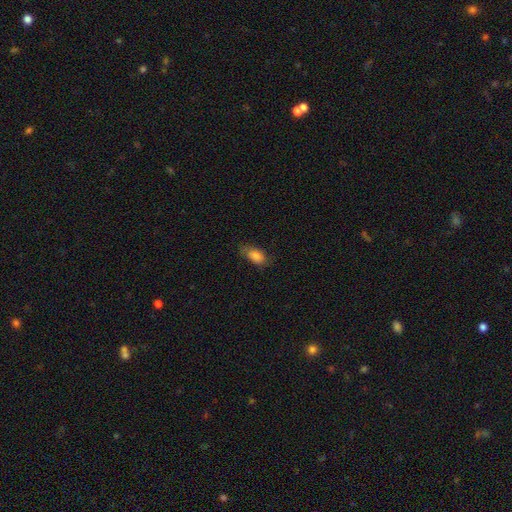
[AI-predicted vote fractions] This appears to be a smooth galaxy with no disk features (80%) that is in between round and cigar-shaped (89%). Merging: none (66%).